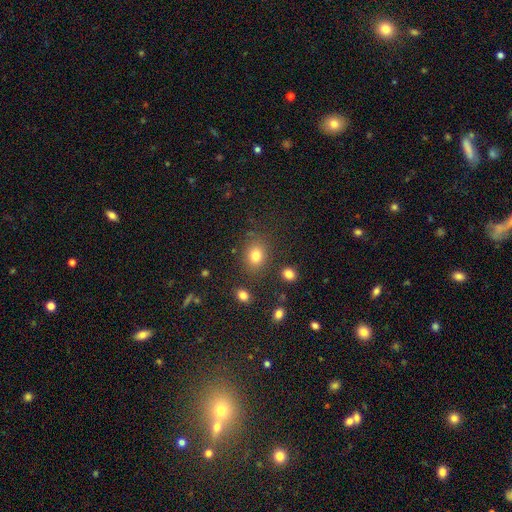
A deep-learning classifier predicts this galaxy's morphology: A smooth galaxy with no disk features (80%) that is round (50%). Merging: none (79%).